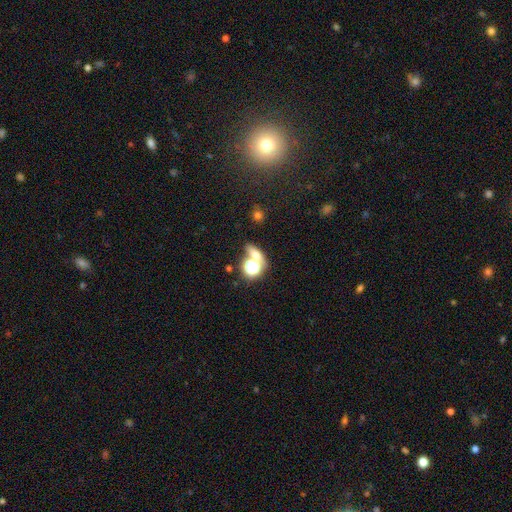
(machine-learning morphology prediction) Smooth or featured?
  - smooth: 52% *
  - star or artifact: 31%
  - featured or disk: 17%
How rounded?
  - round: 46% *
  - in between: 39%
  - cigar-shaped: 15%
Merging?
  - none: 59% *
  - merger: 25%
  - minor disturbance: 10%
  - major disturbance: 6%